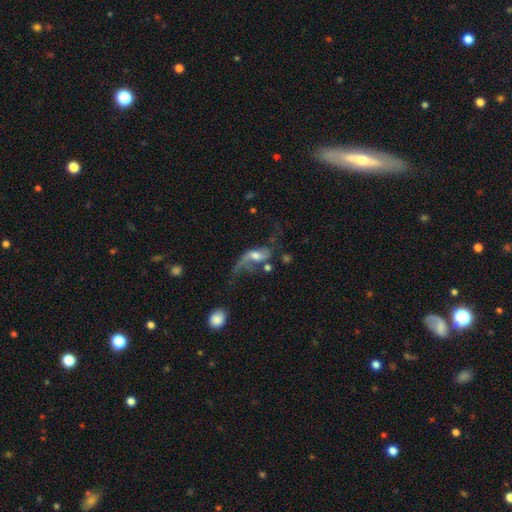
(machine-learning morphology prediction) Smooth or featured? Predicted: featured or disk (p=0.69). Edge-on disk? Predicted: no (p=0.91). Bar? Predicted: no (p=0.46). Spiral arms? Predicted: yes (p=0.82). Spiral winding? Predicted: loose (p=0.88). Spiral arm count? Predicted: 2 (p=0.73). Bulge size? Predicted: moderate (p=0.56). Merging? Predicted: major disturbance (p=0.41).